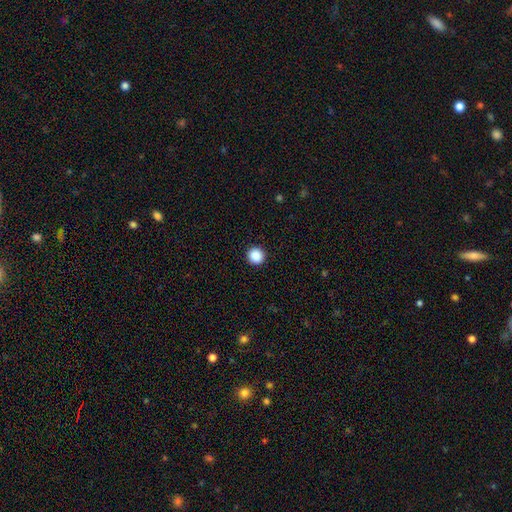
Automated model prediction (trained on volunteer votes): smooth_or_featured: smooth (p=0.89) [alt: star or artifact p=0.09]
how_rounded: round (p=0.95) [alt: in between p=0.04]
merging: none (p=0.93) [alt: minor disturbance p=0.04]